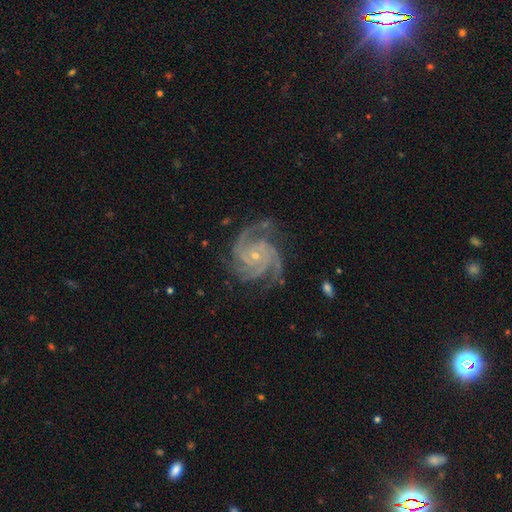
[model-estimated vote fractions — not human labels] Smooth or featured?
  - featured or disk: 93% *
  - star or artifact: 4%
  - smooth: 2%
Edge-on disk?
  - no: 98% *
  - yes: 2%
Bar?
  - no: 73% *
  - weak: 20%
  - strong: 7%
Spiral arms?
  - yes: 99% *
  - no: 1%
Spiral winding?
  - tight: 62% *
  - medium: 35%
  - loose: 3%
Spiral arm count?
  - 3: 46% *
  - 4: 29%
  - 2: 8%
  - can't tell: 6%
  - more than 4: 6%
  - 1: 5%
Bulge size?
  - small: 77% *
  - moderate: 20%
  - none: 2%
  - large: 1%
  - dominant: 1%
Merging?
  - none: 76% *
  - minor disturbance: 16%
  - major disturbance: 6%
  - merger: 1%